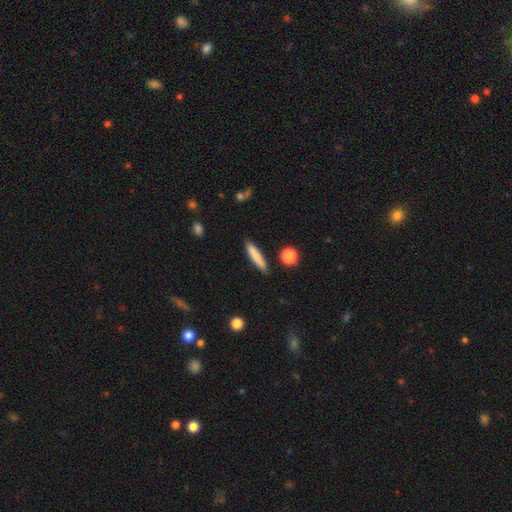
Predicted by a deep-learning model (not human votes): This is likely a smooth galaxy (79%). How rounded: clearly cigar-shaped (89%). Merging: clearly none (88%).